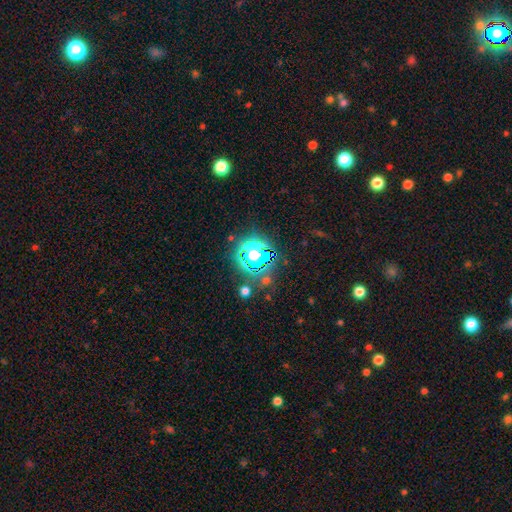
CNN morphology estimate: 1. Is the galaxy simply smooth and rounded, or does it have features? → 59% star or artifact, 30% smooth, 11% featured or disk.